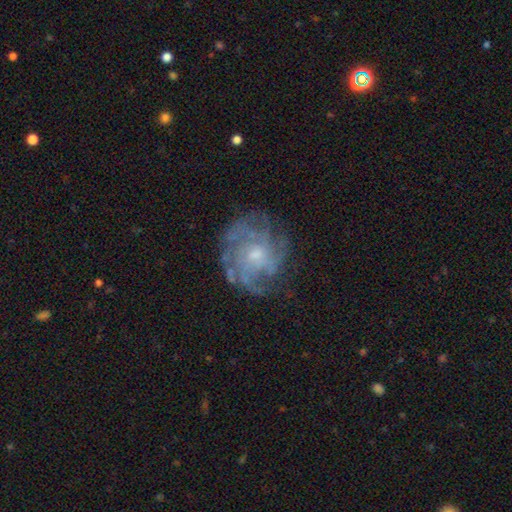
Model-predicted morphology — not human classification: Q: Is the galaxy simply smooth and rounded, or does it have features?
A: featured or disk — 79%.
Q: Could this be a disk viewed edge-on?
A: no — 98%.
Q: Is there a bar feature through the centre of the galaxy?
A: no — 73%.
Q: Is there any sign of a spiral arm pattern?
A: yes — 86%.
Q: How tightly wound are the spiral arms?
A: tight — 52%.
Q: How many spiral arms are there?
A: can't tell — 42%.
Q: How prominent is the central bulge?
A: small — 50%.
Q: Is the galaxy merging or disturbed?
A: none — 69%.